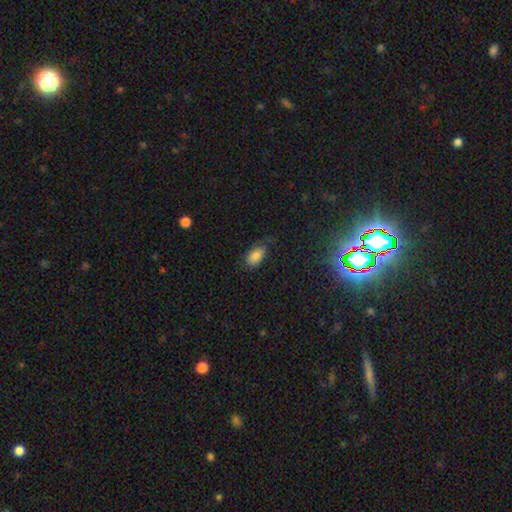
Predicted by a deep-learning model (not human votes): Smooth or featured? smooth (83%)
How rounded? in between (92%)
Merging? none (62%)